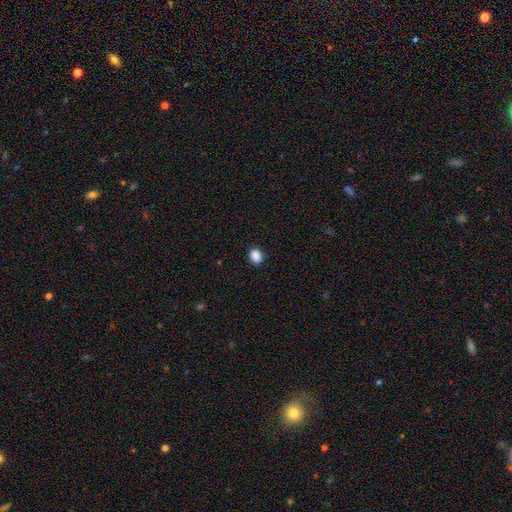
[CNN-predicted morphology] Q: Smooth or featured?
A: smooth (89%); runner-up: star or artifact (9%)
Q: How rounded?
A: in between (55%); runner-up: round (44%)
Q: Merging?
A: none (90%); runner-up: minor disturbance (7%)